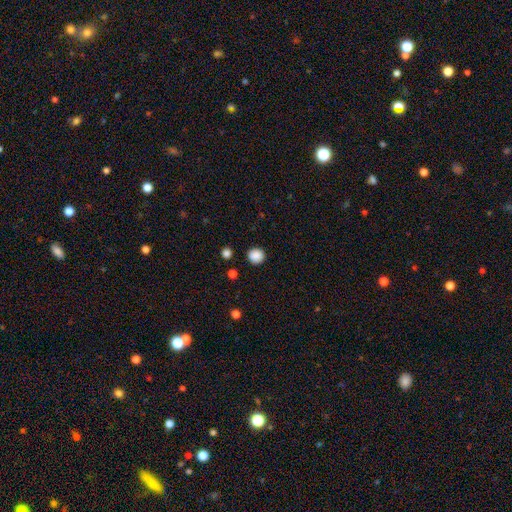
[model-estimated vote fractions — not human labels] smooth_or_featured: smooth (p=0.87) [alt: star or artifact p=0.10]
how_rounded: round (p=0.93) [alt: in between p=0.06]
merging: none (p=0.91) [alt: minor disturbance p=0.06]